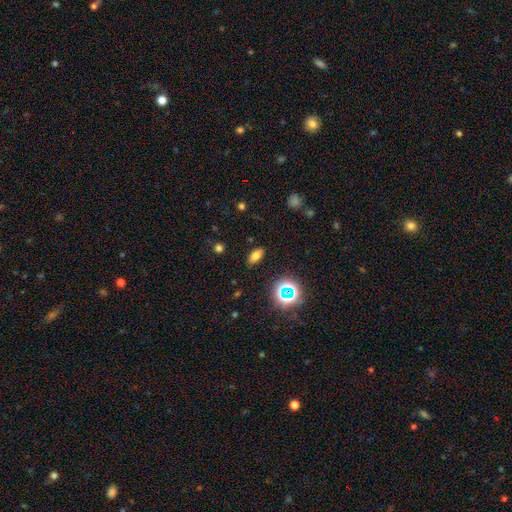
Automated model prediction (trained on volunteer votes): Smooth or featured? smooth (70%)
How rounded? in between (87%)
Merging? none (88%)